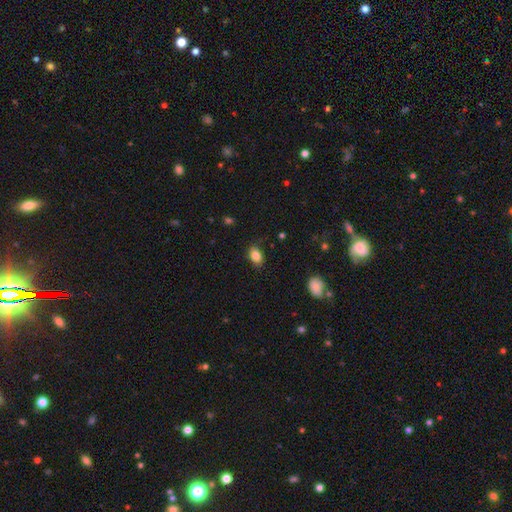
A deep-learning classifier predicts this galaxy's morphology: A smooth galaxy with no disk features (85%) that is in between round and cigar-shaped (83%).

Vote fractions:
- Smooth or featured? smooth: 85% / star or artifact: 9% / featured or disk: 6%
- How rounded? in between: 83% / round: 15% / cigar-shaped: 1%
- Merging? none: 83% / minor disturbance: 13% / major disturbance: 3% / merger: 1%